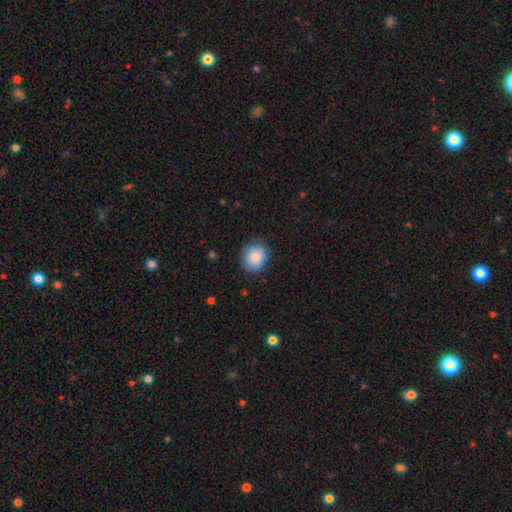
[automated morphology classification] Smooth or featured?
  - smooth: 87% *
  - star or artifact: 8%
  - featured or disk: 5%
How rounded?
  - round: 57% *
  - in between: 42%
  - cigar-shaped: 1%
Merging?
  - none: 82% *
  - minor disturbance: 13%
  - major disturbance: 3%
  - merger: 1%